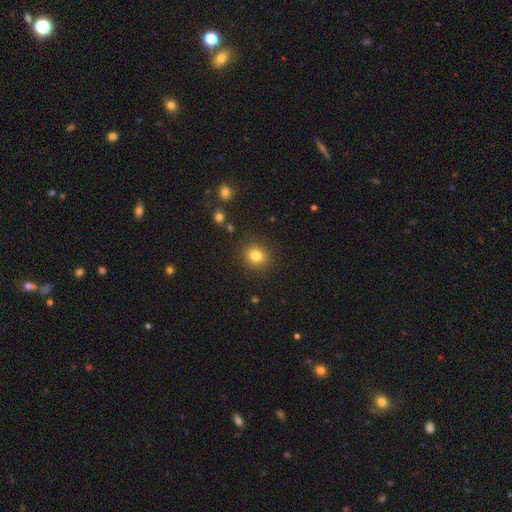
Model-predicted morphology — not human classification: Smooth or featured: smooth — 82% (star or artifact — 11%)
How rounded: round — 77% (in between — 22%)
Merging: none — 88% (minor disturbance — 8%)